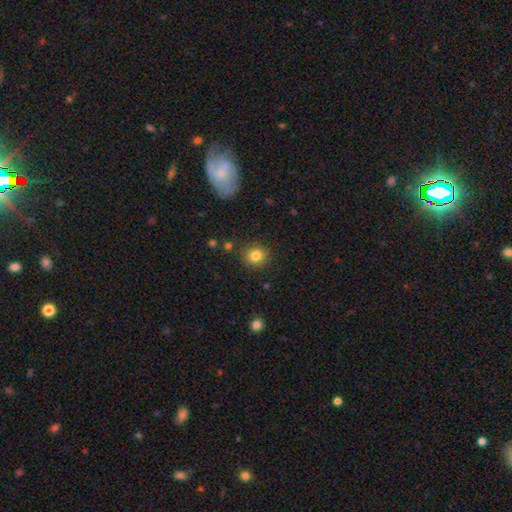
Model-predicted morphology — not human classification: A smooth galaxy with no disk features (83%) that is round (87%).

Vote fractions:
- Smooth or featured? smooth: 83% / star or artifact: 11% / featured or disk: 6%
- How rounded? round: 87% / in between: 13% / cigar-shaped: 1%
- Merging? none: 87% / minor disturbance: 8% / major disturbance: 3% / merger: 2%